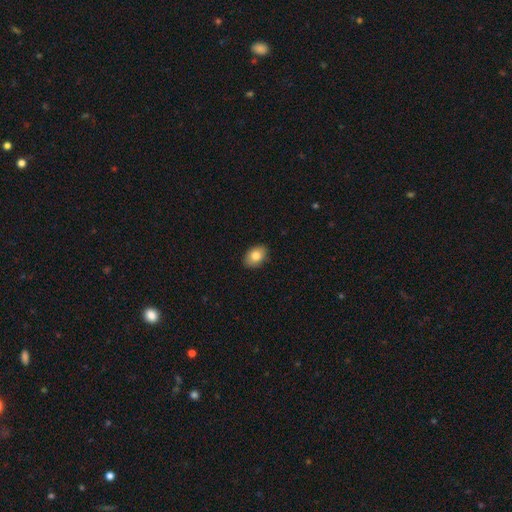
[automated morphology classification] A smooth galaxy with no disk features (82%) that is in between round and cigar-shaped (83%).

Vote fractions:
- Smooth or featured? smooth: 82% / featured or disk: 10% / star or artifact: 8%
- How rounded? in between: 83% / round: 16% / cigar-shaped: 1%
- Merging? none: 89% / minor disturbance: 9% / major disturbance: 2% / merger: 1%